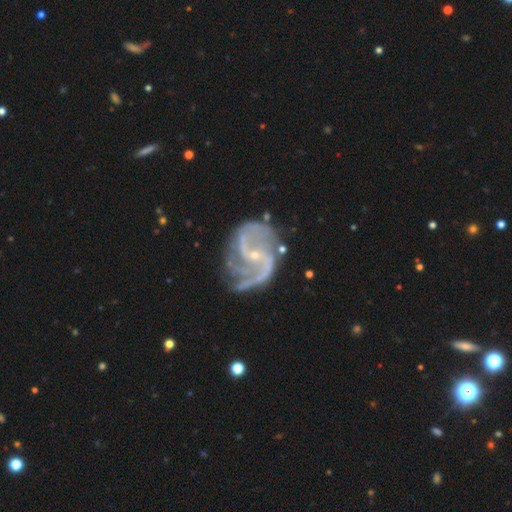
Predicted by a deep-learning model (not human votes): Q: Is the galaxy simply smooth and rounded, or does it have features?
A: featured or disk — 91%.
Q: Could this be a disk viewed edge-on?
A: no — 98%.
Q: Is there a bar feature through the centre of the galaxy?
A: weak — 41%.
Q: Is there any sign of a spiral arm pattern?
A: yes — 98%.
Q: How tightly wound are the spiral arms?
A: medium — 53%.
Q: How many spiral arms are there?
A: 2 — 69%.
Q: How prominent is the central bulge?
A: small — 83%.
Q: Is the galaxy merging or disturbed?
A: none — 60%.